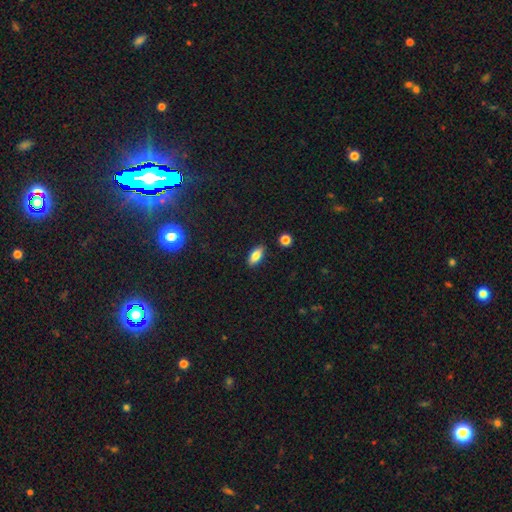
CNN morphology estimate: Smooth or featured? smooth (78%)
How rounded? in between (82%)
Merging? none (87%)